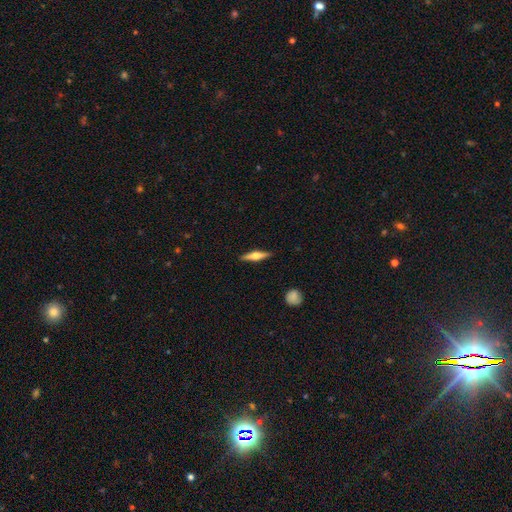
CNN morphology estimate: Smooth or featured? Predicted: featured or disk (p=0.61). Edge-on disk? Predicted: yes (p=0.97). Edge-on bulge? Predicted: rounded (p=0.90). Merging? Predicted: none (p=0.90).